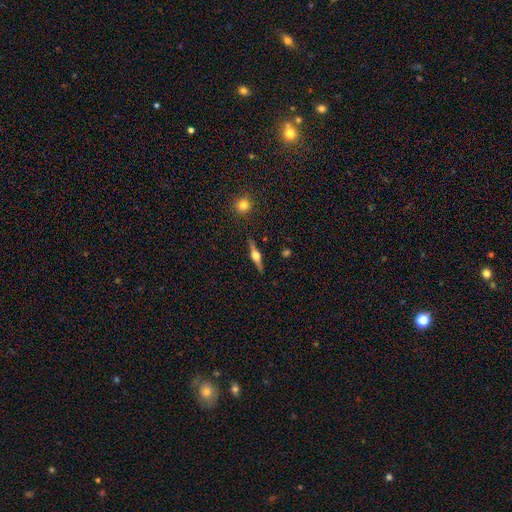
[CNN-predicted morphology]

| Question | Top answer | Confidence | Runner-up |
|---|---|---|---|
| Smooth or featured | featured or disk | 70% | smooth (23%) |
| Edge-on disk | yes | 97% | no (3%) |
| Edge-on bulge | rounded | 93% | boxy (5%) |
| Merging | none | 89% | minor disturbance (8%) |